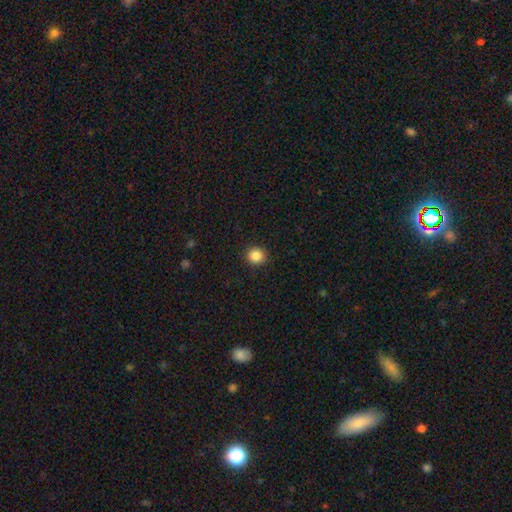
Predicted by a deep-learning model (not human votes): Q: Smooth or featured?
A: smooth (87%); runner-up: star or artifact (10%)
Q: How rounded?
A: round (90%); runner-up: in between (9%)
Q: Merging?
A: none (92%); runner-up: minor disturbance (5%)